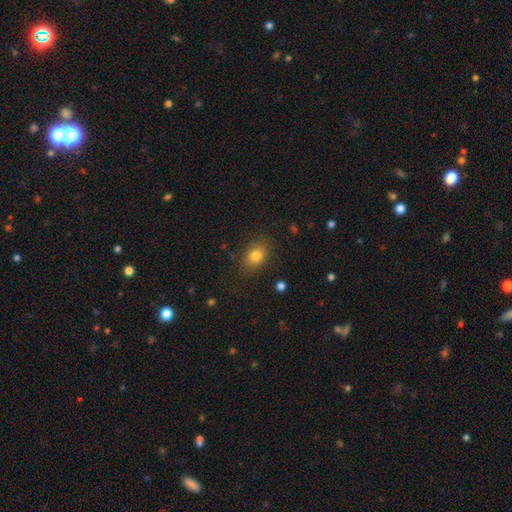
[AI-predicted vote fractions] Morphology: type=smooth (79%); roundness=in between (70%); merging=none (82%).